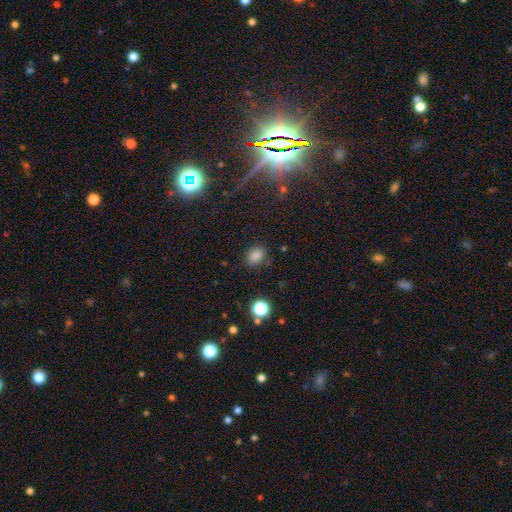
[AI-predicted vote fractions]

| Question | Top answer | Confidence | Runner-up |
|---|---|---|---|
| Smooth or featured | smooth | 81% | star or artifact (15%) |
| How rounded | in between | 55% | round (44%) |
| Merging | none | 83% | minor disturbance (11%) |